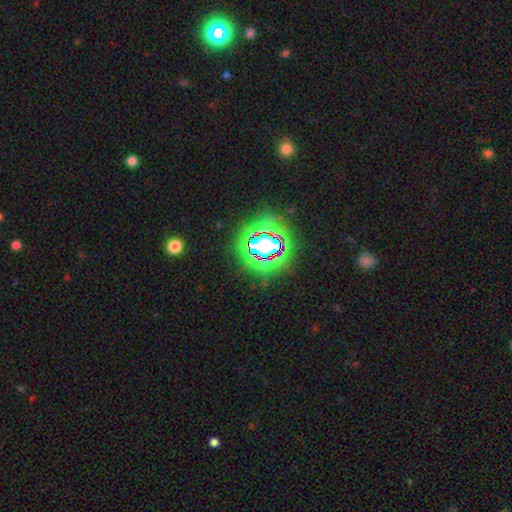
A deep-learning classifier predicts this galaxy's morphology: This appears to be a star or artifact, not a galaxy (77%).